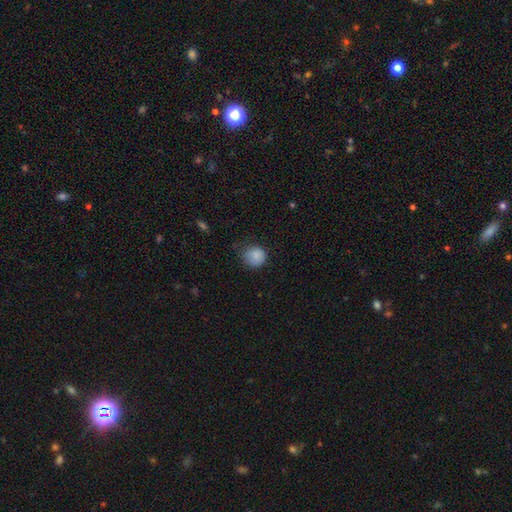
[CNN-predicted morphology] The model was most divided on "merging": none: 58%, minor disturbance: 31%, major disturbance: 9%, merger: 1%. More confident: smooth or featured — smooth (85%); how rounded — round (81%).